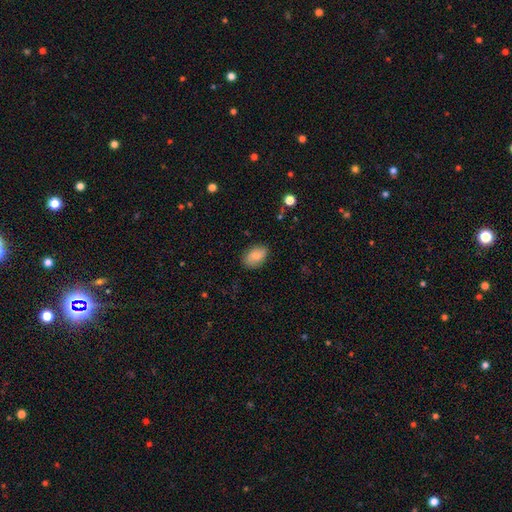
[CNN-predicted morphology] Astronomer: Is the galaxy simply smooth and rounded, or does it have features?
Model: smooth — 82%.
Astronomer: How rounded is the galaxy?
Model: in between — 87%.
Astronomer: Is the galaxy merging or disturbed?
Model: none — 82%.